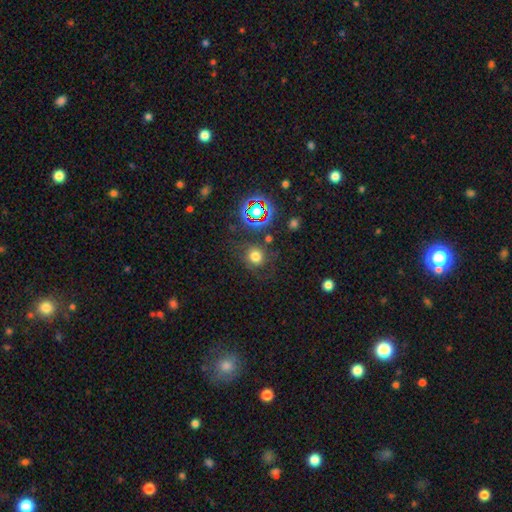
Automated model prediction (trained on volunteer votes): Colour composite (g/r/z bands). It shows a smooth galaxy with no disk features (68%) that is round (85%). Merging: none (68%).